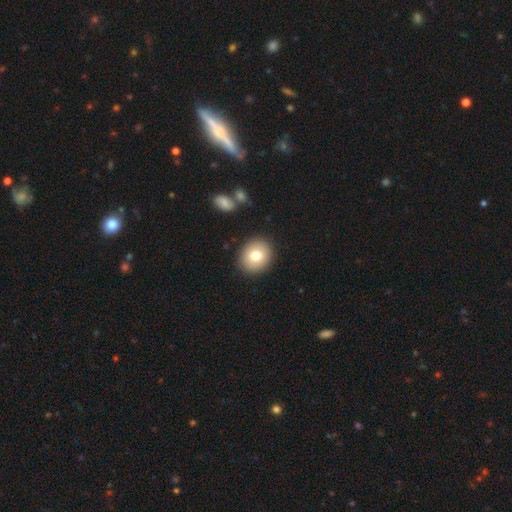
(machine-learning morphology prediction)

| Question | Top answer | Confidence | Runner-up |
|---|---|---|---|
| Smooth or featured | smooth | 77% | featured or disk (14%) |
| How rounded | round | 76% | in between (24%) |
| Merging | none | 89% | minor disturbance (7%) |